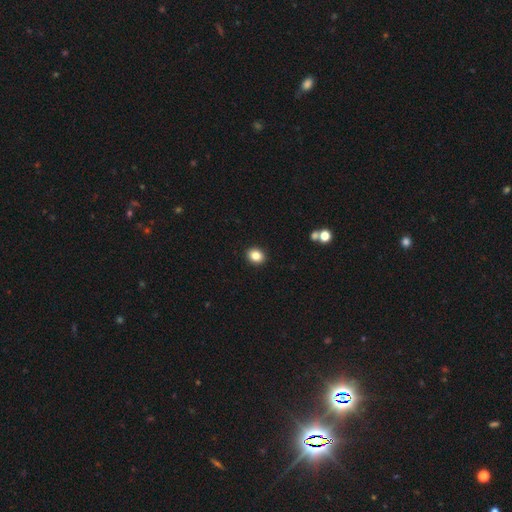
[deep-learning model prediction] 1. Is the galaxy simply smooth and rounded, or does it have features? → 85% smooth, 10% star or artifact, 5% featured or disk.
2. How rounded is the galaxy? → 57% round, 43% in between, 1% cigar-shaped.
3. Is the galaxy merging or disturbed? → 92% none, 5% minor disturbance, 1% major disturbance, 1% merger.